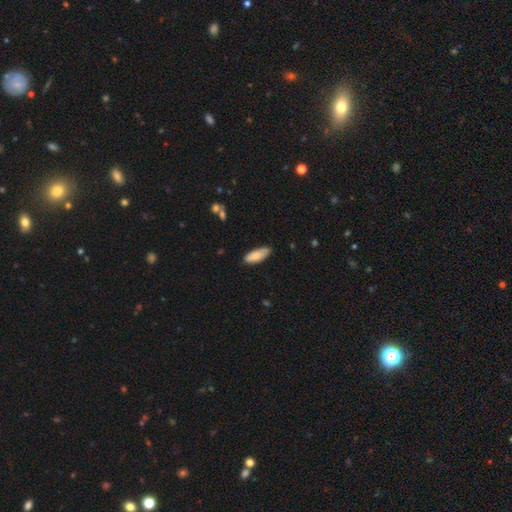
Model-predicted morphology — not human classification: smooth 77%, featured or disk 17%, star or artifact 6%. Down the decision tree: how rounded — in between (75%); merging — none (74%).